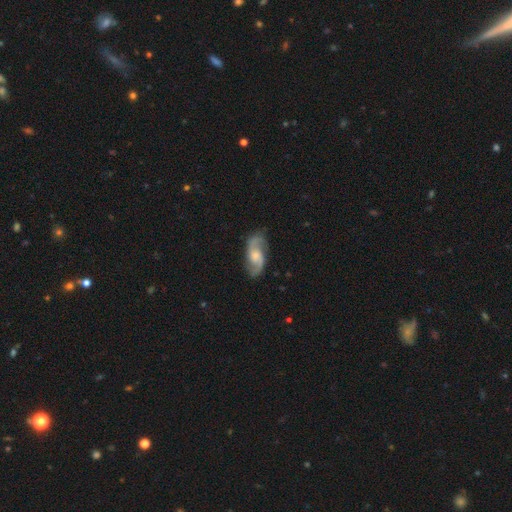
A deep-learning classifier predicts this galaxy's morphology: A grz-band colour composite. It shows a featured or disk galaxy (82%) with no bar (53%), 2 (92%) medium (45%) spiral arms (96%) and a small central bulge (43%). Merging: none (79%).